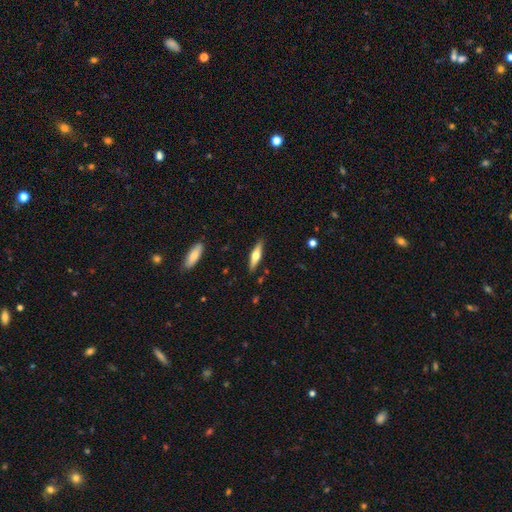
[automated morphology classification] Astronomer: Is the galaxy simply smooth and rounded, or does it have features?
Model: featured or disk — 48% (runner-up: smooth, 47%).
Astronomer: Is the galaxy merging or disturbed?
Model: none — 88%.